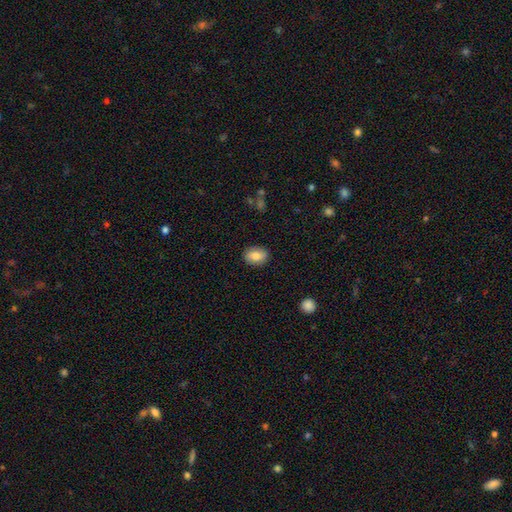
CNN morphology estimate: The model was most divided on "how rounded": in between: 65%, round: 33%, cigar-shaped: 1%. More confident: merging — none (87%); smooth or featured — smooth (77%).